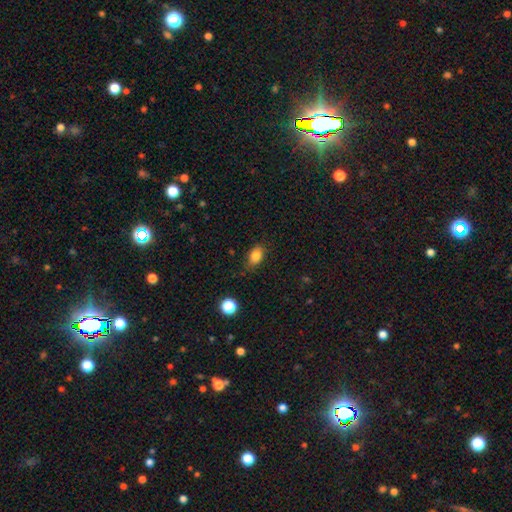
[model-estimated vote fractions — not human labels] Smooth or featured: smooth — 84% (star or artifact — 10%)
How rounded: in between — 83% (round — 15%)
Merging: none — 80% (minor disturbance — 15%)